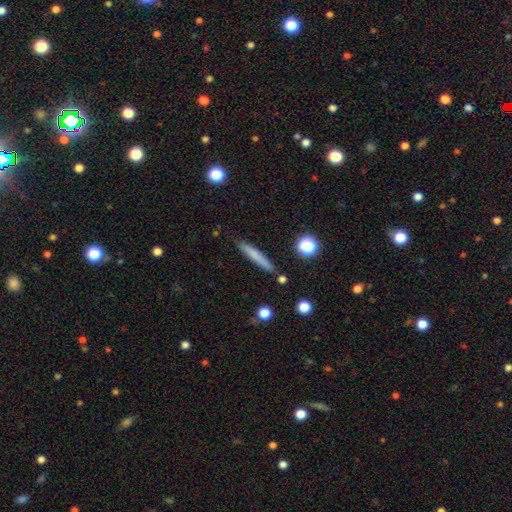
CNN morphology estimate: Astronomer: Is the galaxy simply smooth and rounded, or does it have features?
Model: smooth — 70%.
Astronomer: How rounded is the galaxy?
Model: cigar-shaped — 93%.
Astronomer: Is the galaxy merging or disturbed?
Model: none — 86%.